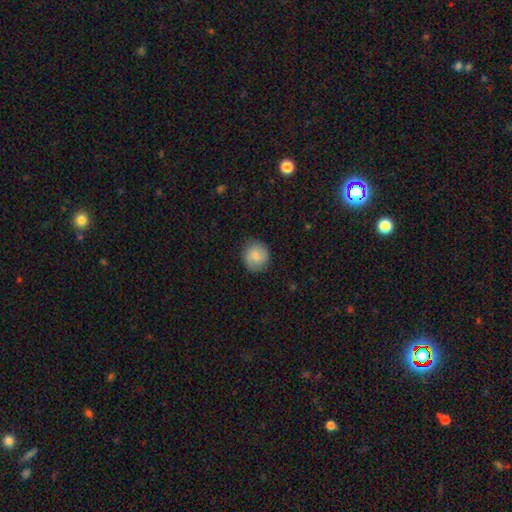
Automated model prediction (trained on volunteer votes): Overall: smooth (79%). How rounded: round (88%). Merging: none (85%).